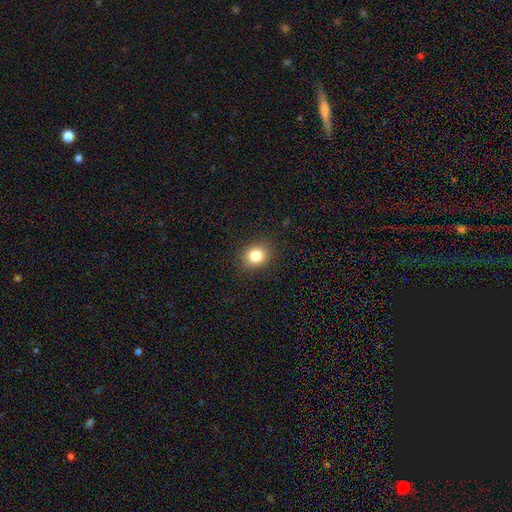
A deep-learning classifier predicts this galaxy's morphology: A smooth galaxy with no disk features (82%) that is round (66%).

Vote fractions:
- Smooth or featured? smooth: 82% / star or artifact: 11% / featured or disk: 7%
- How rounded? round: 66% / in between: 33% / cigar-shaped: 1%
- Merging? none: 88% / minor disturbance: 8% / major disturbance: 3% / merger: 1%